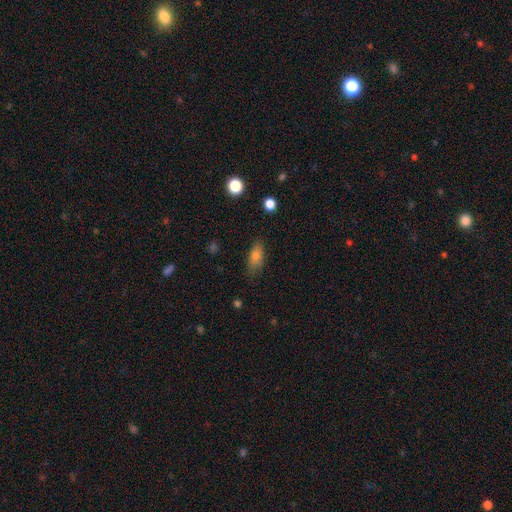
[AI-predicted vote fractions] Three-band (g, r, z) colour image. It shows a smooth galaxy with no disk features (76%) that is in between round and cigar-shaped (81%). Merging: none (80%).